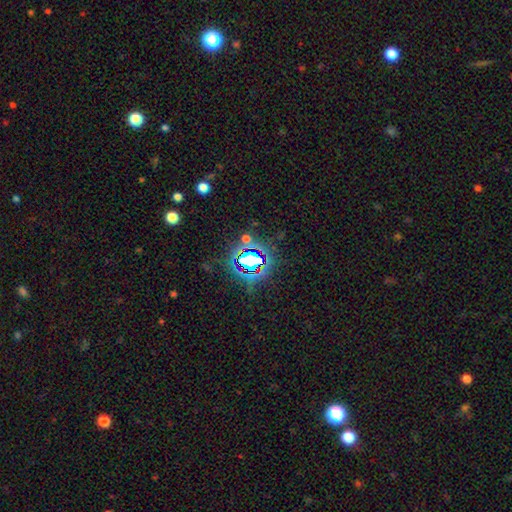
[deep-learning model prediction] Morphology: type=star or artifact (72%).